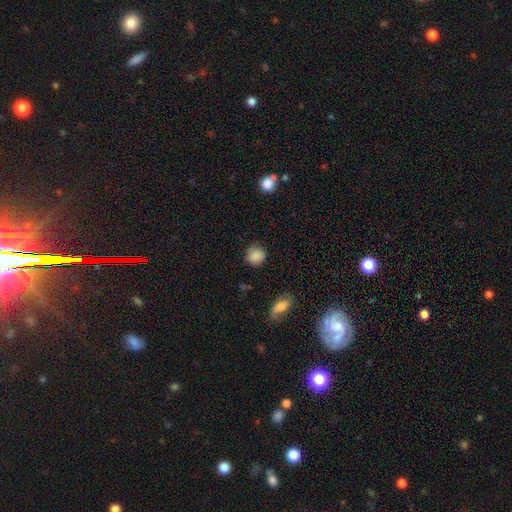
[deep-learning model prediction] Q: Smooth or featured?
A: smooth (86%); runner-up: star or artifact (9%)
Q: How rounded?
A: round (84%); runner-up: in between (15%)
Q: Merging?
A: none (83%); runner-up: minor disturbance (13%)